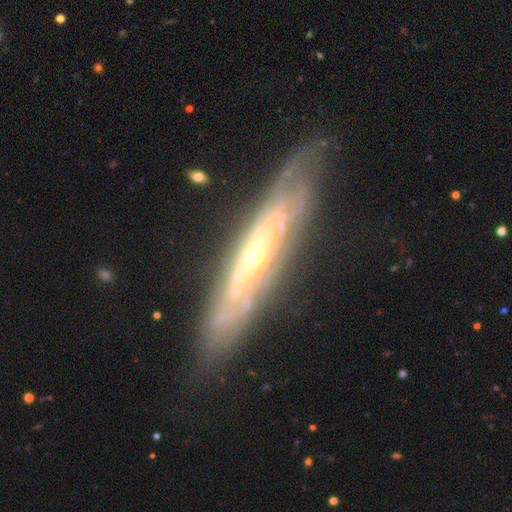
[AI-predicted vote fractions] Overall: featured or disk (82%). Edge-on disk: no (57%; yes 43%). Merging: none (75%).